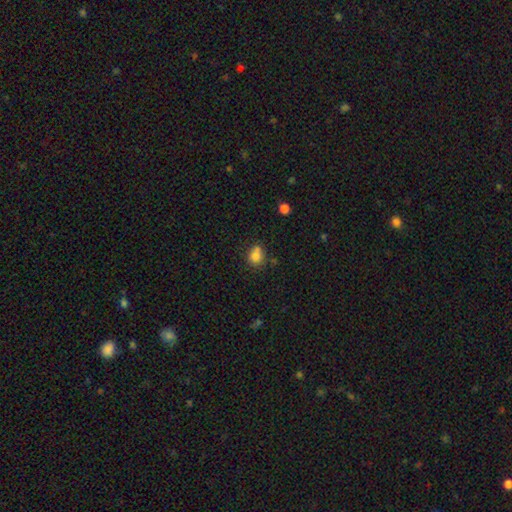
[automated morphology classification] The model was most divided on "how rounded": round: 62%, in between: 37%, cigar-shaped: 1%. More confident: smooth or featured — smooth (80%); merging — none (57%).